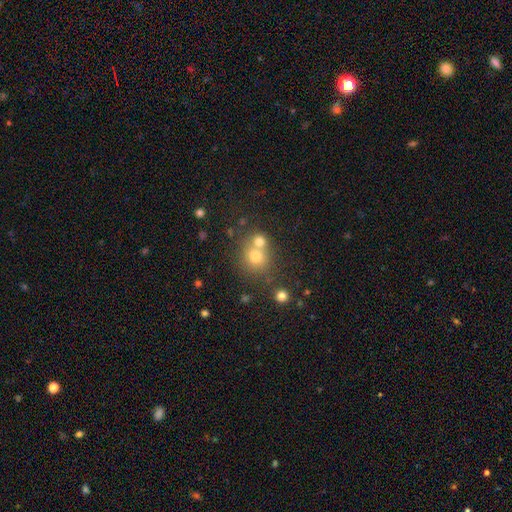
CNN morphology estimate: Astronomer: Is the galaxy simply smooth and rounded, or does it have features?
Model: smooth — 70%.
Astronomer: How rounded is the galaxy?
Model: round — 80%.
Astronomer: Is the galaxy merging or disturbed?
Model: none — 46% (runner-up: merger, 43%).